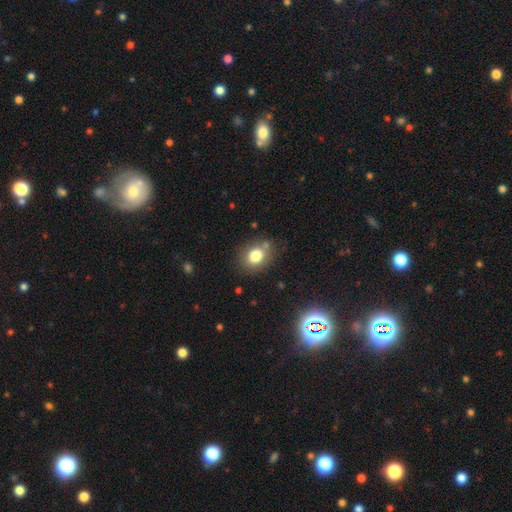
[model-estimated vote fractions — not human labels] smooth 79%, star or artifact 11%, featured or disk 10%. Down the decision tree: how rounded — round (54%); merging — none (73%).